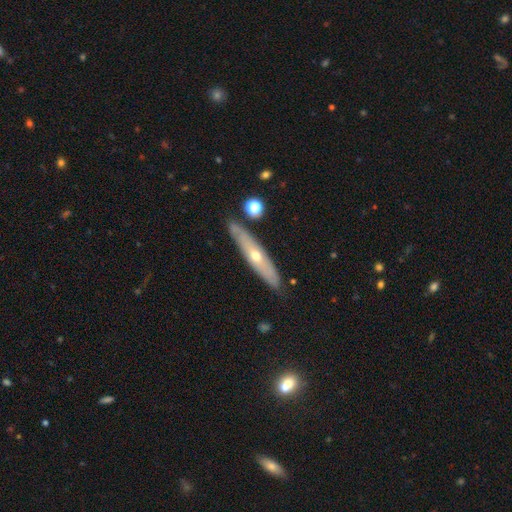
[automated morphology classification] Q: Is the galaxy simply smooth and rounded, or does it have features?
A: featured or disk — 59%.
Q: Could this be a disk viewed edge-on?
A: yes — 69%.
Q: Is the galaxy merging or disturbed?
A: none — 83%.